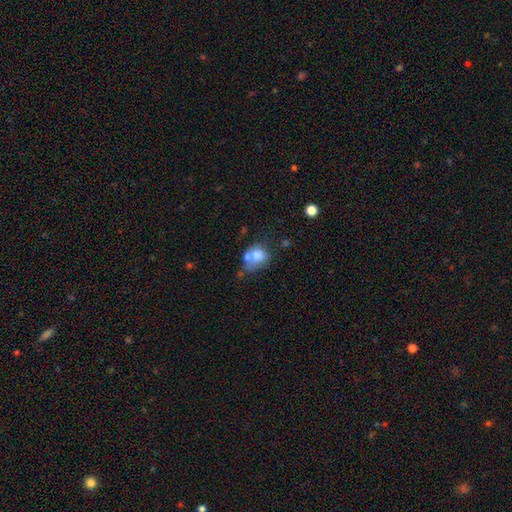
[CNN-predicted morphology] A smooth galaxy with no disk features (69%) that is round (54%).

Vote fractions:
- Smooth or featured? smooth: 69% / featured or disk: 21% / star or artifact: 10%
- How rounded? round: 54% / in between: 45% / cigar-shaped: 1%
- Merging? merger: 40% / none: 27% / minor disturbance: 20% / major disturbance: 14%